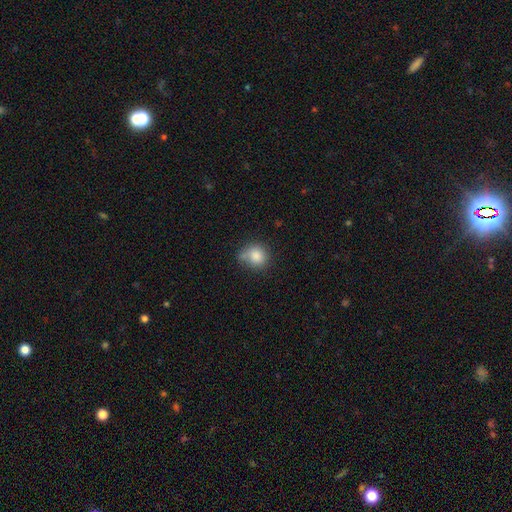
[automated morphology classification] type=smooth (84%); roundness=round (77%); merging=none (53%).